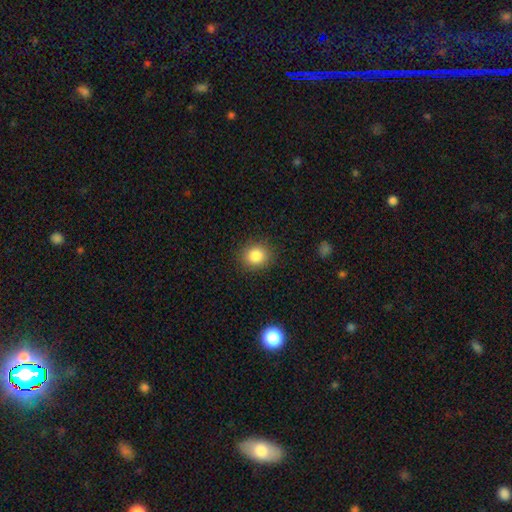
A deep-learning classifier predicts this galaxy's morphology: The model was most divided on "how rounded": round: 80%, in between: 20%, cigar-shaped: 1%. More confident: merging — none (89%); smooth or featured — smooth (85%).